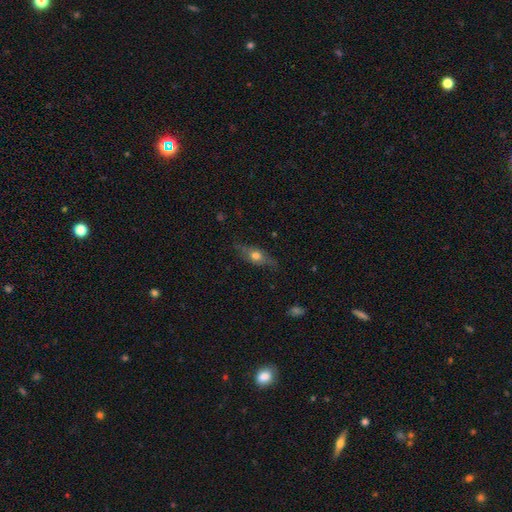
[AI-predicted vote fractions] smooth_or_featured: smooth (p=0.48) [alt: featured or disk p=0.44]
merging: none (p=0.74) [alt: minor disturbance p=0.19]